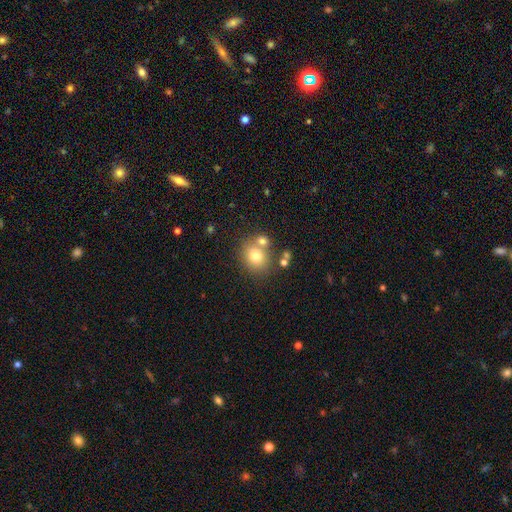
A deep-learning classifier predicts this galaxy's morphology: Smooth or featured? smooth (74%)
How rounded? round (78%)
Merging? none (60%)